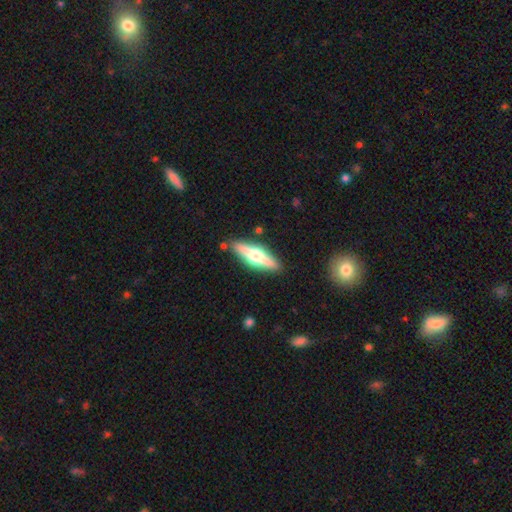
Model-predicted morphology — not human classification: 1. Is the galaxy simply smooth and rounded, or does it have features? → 65% featured or disk, 29% smooth, 6% star or artifact.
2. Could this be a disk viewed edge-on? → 95% yes, 5% no.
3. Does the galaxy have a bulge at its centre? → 95% rounded, 4% boxy, 2% none.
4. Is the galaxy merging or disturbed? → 87% none, 9% minor disturbance, 2% merger, 2% major disturbance.